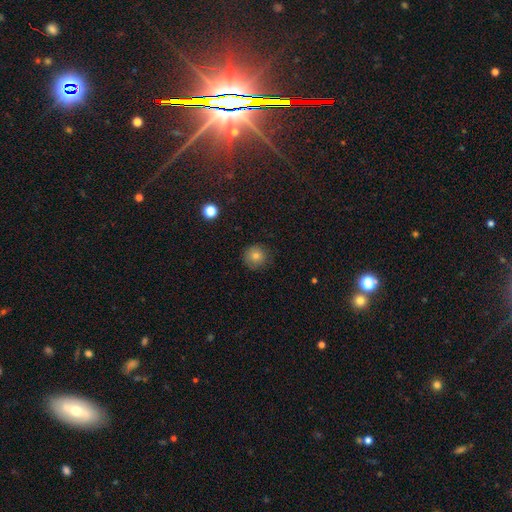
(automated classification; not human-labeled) Q: Smooth or featured?
A: smooth (77%); runner-up: star or artifact (13%)
Q: How rounded?
A: round (95%); runner-up: in between (4%)
Q: Merging?
A: none (87%); runner-up: minor disturbance (10%)